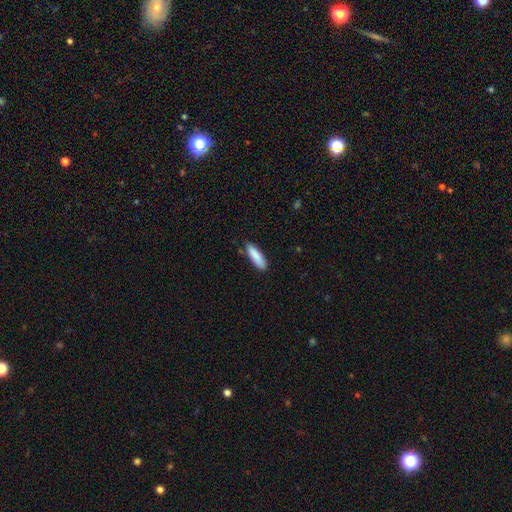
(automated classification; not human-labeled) The model was most divided on "how rounded": cigar-shaped: 63%, in between: 36%, round: 1%. More confident: smooth or featured — smooth (87%); merging — none (83%).